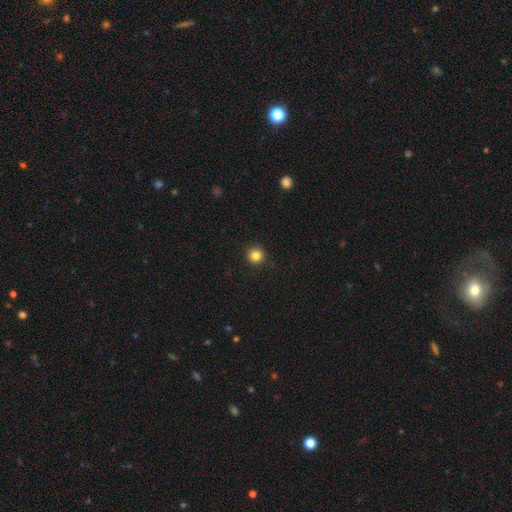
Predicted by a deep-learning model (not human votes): A smooth galaxy with no disk features (83%) that is round (96%). Merging: none (93%).